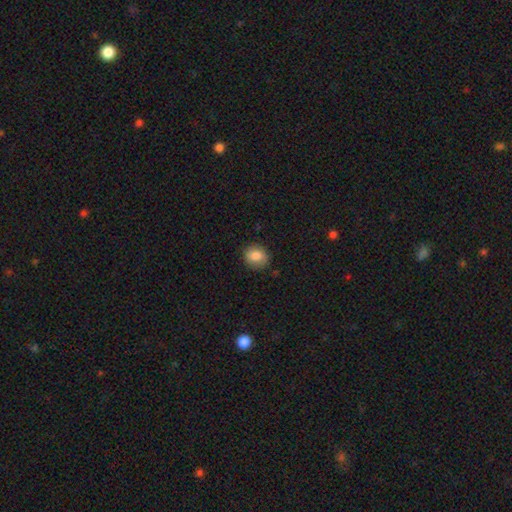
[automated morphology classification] smooth_or_featured: smooth (p=0.82) [alt: featured or disk p=0.09]
how_rounded: round (p=0.74) [alt: in between p=0.25]
merging: none (p=0.83) [alt: minor disturbance p=0.13]